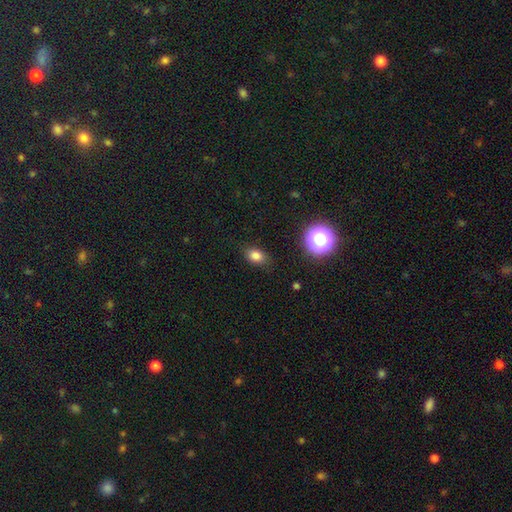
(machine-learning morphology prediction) The model was most divided on "how rounded": in between: 72%, round: 26%, cigar-shaped: 2%. More confident: merging — none (83%); smooth or featured — smooth (79%).